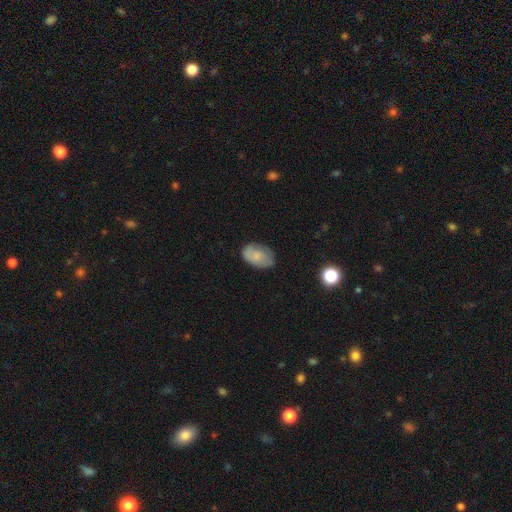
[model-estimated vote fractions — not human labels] smooth_or_featured: smooth (p=0.71) [alt: featured or disk p=0.21]
how_rounded: in between (p=0.88) [alt: round p=0.11]
merging: none (p=0.69) [alt: minor disturbance p=0.23]